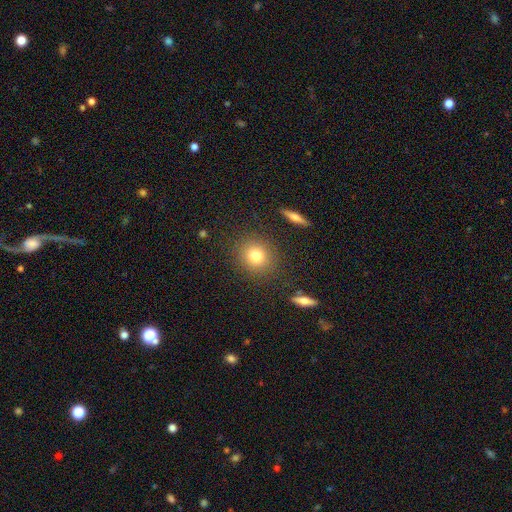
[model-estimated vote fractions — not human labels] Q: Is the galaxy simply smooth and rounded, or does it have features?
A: smooth — 79%.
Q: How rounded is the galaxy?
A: round — 83%.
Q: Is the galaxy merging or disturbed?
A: none — 87%.